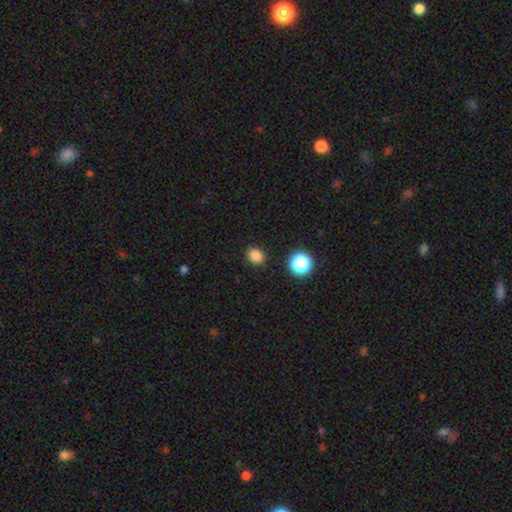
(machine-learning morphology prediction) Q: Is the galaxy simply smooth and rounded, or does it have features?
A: smooth — 83%.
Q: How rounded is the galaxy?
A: in between — 51%.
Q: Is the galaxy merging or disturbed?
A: none — 88%.